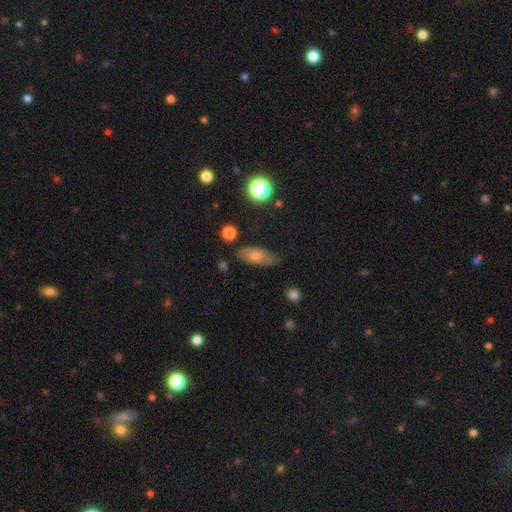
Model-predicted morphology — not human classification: Smooth or featured? smooth (65%)
How rounded? in between (82%)
Merging? none (70%)